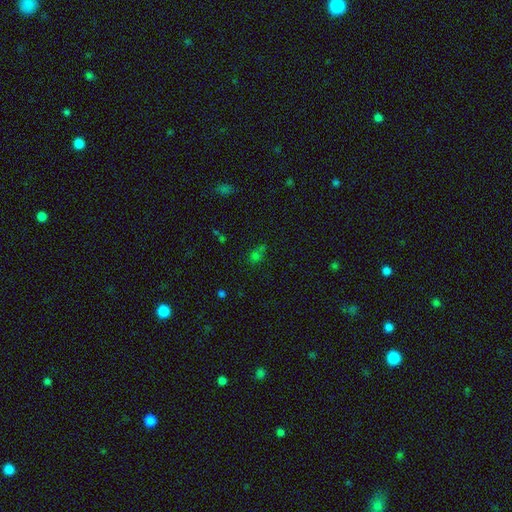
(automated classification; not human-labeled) smooth 50%, star or artifact 40%, featured or disk 9%. Down the decision tree: how rounded — round (63%); merging — none (56%).